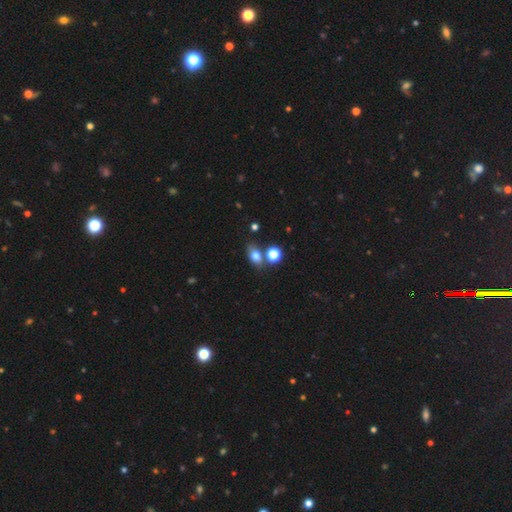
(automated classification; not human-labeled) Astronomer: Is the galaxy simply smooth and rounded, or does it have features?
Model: smooth — 76%.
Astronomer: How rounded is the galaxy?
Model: in between — 74%.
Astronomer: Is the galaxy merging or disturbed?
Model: none — 64%.